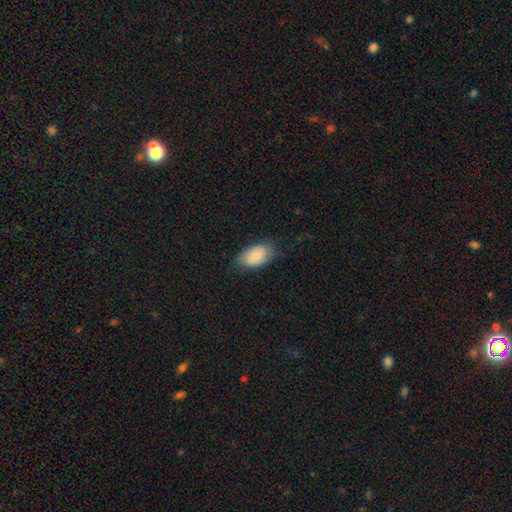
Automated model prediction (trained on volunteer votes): Smooth or featured? smooth (84%)
How rounded? in between (94%)
Merging? none (74%)